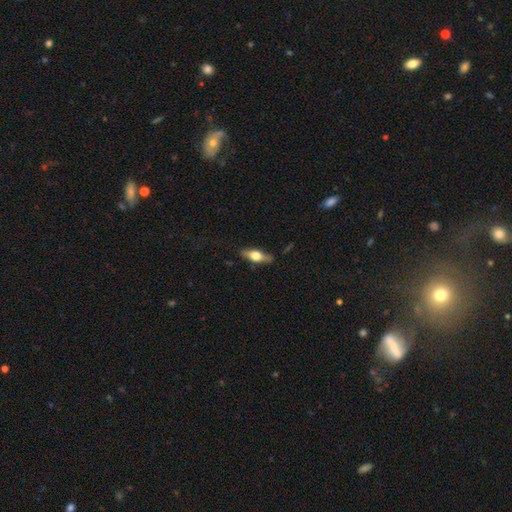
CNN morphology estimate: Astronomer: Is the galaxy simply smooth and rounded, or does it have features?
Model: smooth — 54% (runner-up: featured or disk, 40%).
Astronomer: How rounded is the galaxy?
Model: in between — 62%.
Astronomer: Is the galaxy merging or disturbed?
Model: none — 82%.